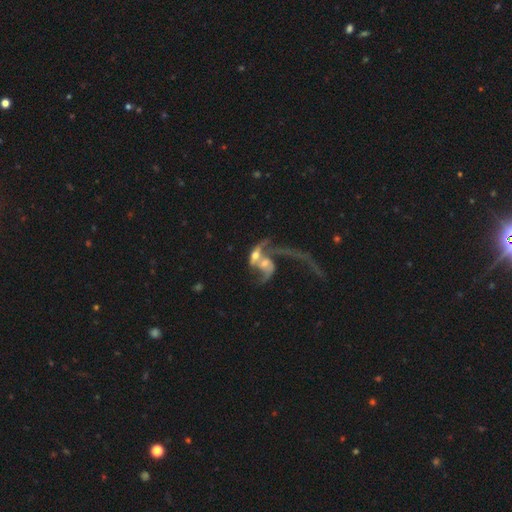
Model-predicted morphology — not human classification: This is likely a featured or disk galaxy (72%). It is clearly not viewed edge-on (94%). Bar: likely no (60%). Spiral arm pattern: likely yes (77%). Spiral arm count: possibly 2 (50%). Spiral winding: likely loose (79%). Central bulge: marginally moderate (45%). Merging: likely merger (73%).